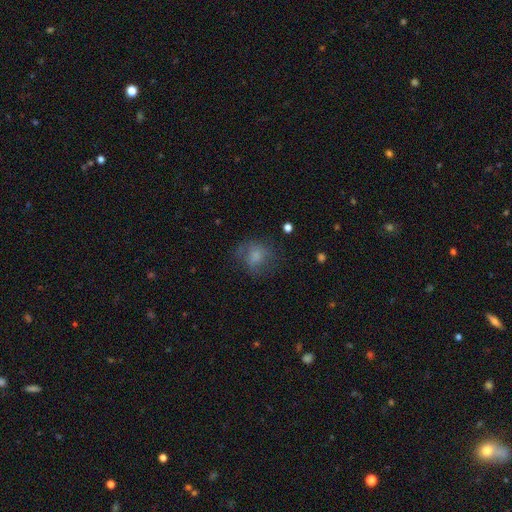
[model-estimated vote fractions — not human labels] Smooth or featured?
  - smooth: 69% *
  - featured or disk: 20%
  - star or artifact: 12%
How rounded?
  - round: 69% *
  - in between: 30%
  - cigar-shaped: 1%
Merging?
  - none: 56% *
  - minor disturbance: 23%
  - major disturbance: 20%
  - merger: 2%